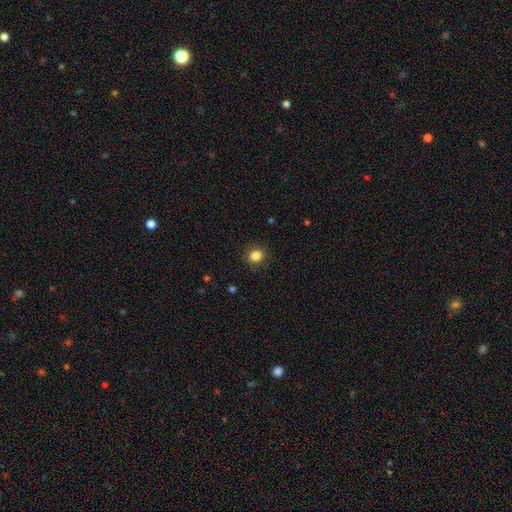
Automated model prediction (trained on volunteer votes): smooth 85%, star or artifact 10%, featured or disk 5%. Down the decision tree: how rounded — round (79%); merging — none (88%).